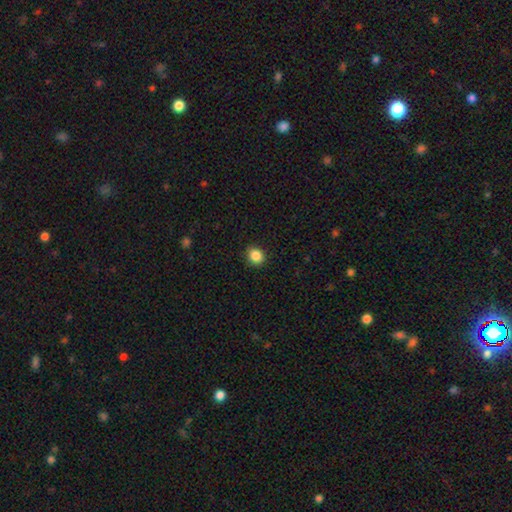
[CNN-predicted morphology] Smooth or featured? Predicted: smooth (p=0.87). How rounded? Predicted: round (p=0.71). Merging? Predicted: none (p=0.89).